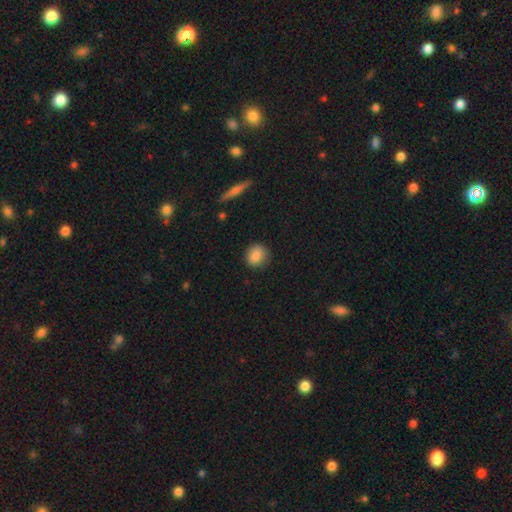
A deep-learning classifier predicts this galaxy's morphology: Smooth or featured? smooth (85%)
How rounded? round (79%)
Merging? none (86%)